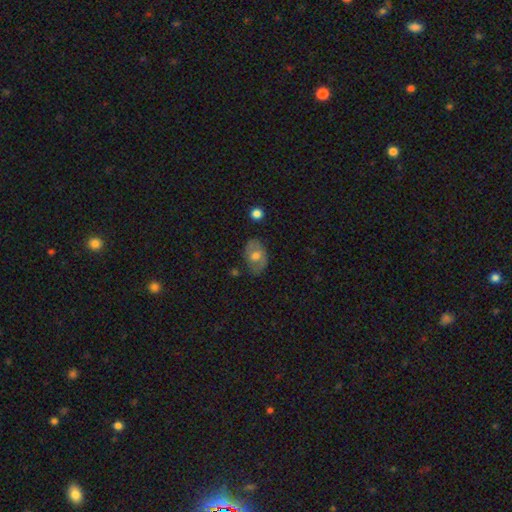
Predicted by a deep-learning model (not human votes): Overall: smooth (58%; featured or disk 34%). How rounded: in between (79%). Merging: none (71%).